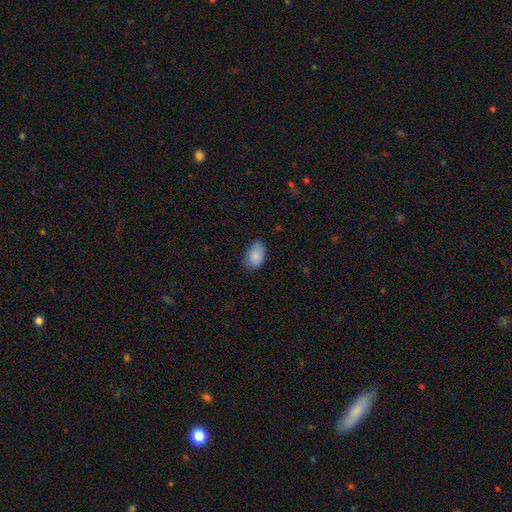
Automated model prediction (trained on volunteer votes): smooth 87%, star or artifact 7%, featured or disk 6%. Down the decision tree: how rounded — in between (90%); merging — none (69%).